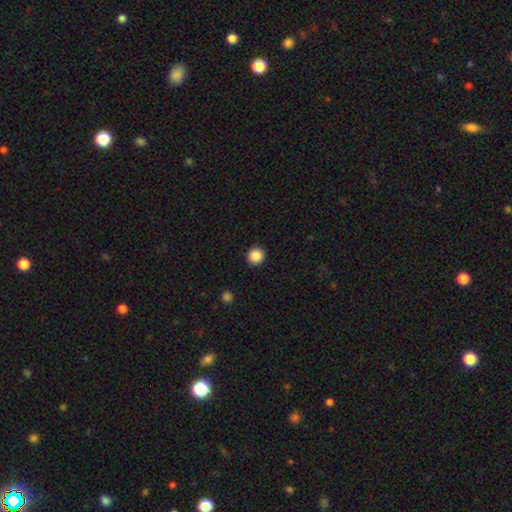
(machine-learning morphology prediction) smooth_or_featured: smooth (p=0.87) [alt: star or artifact p=0.10]
how_rounded: round (p=0.94) [alt: in between p=0.05]
merging: none (p=0.93) [alt: minor disturbance p=0.04]